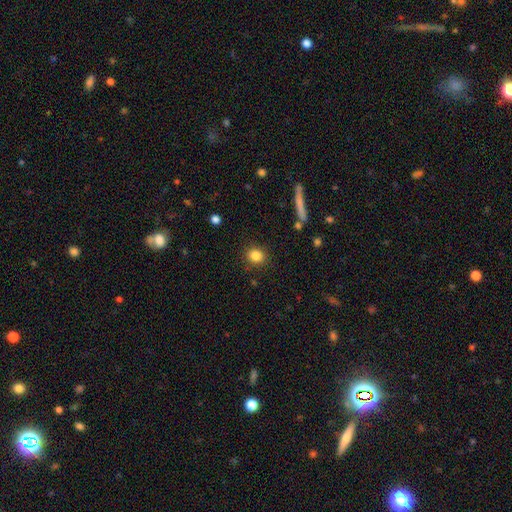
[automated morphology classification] Smooth or featured?
  - smooth: 84% *
  - star or artifact: 10%
  - featured or disk: 6%
How rounded?
  - round: 70% *
  - in between: 28%
  - cigar-shaped: 2%
Merging?
  - none: 88% *
  - minor disturbance: 8%
  - major disturbance: 3%
  - merger: 2%